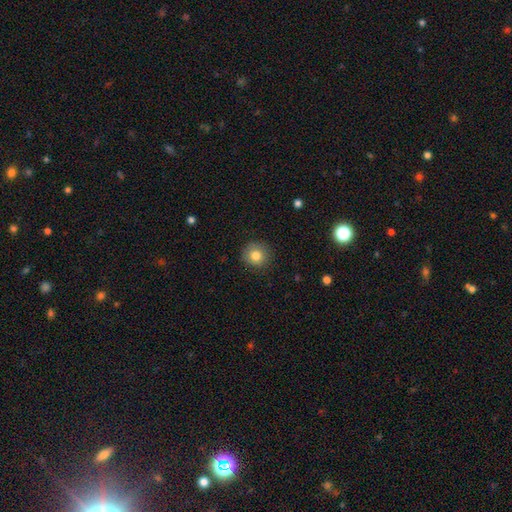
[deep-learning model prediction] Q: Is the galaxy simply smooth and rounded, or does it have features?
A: smooth — 82%.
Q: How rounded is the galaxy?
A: round — 92%.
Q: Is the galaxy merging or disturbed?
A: none — 88%.